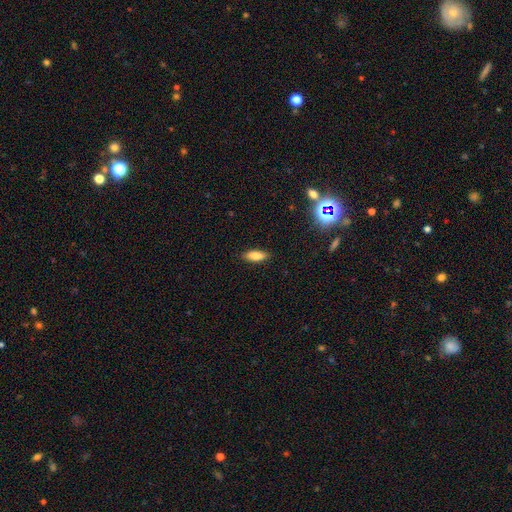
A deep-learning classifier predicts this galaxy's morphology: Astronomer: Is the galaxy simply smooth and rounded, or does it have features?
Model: smooth — 83%.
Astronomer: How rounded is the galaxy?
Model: in between — 77%.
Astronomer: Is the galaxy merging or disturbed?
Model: none — 88%.